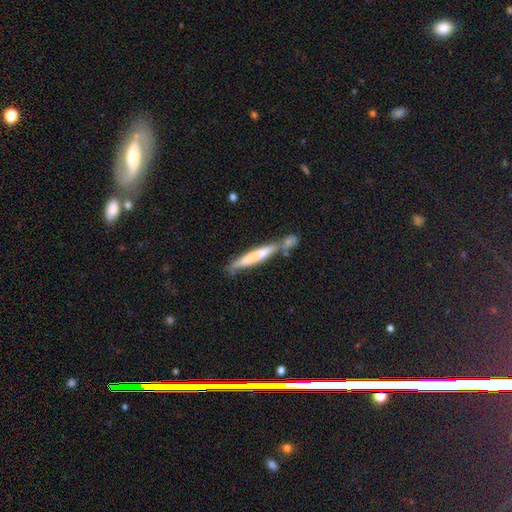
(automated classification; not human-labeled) Smooth or featured? Predicted: smooth (p=0.57). How rounded? Predicted: cigar-shaped (p=0.94). Merging? Predicted: none (p=0.47).